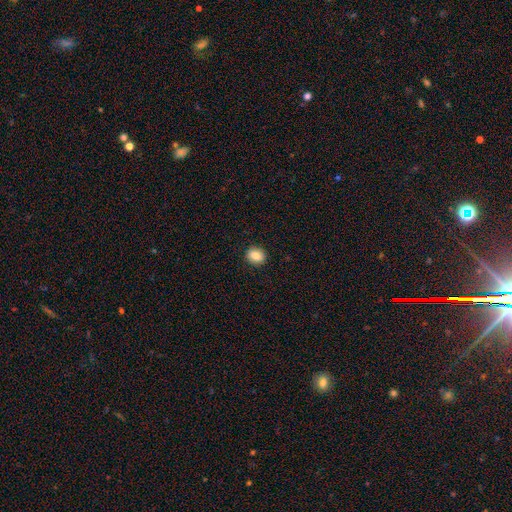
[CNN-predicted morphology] type=smooth (84%); roundness=round (65%); merging=none (91%).